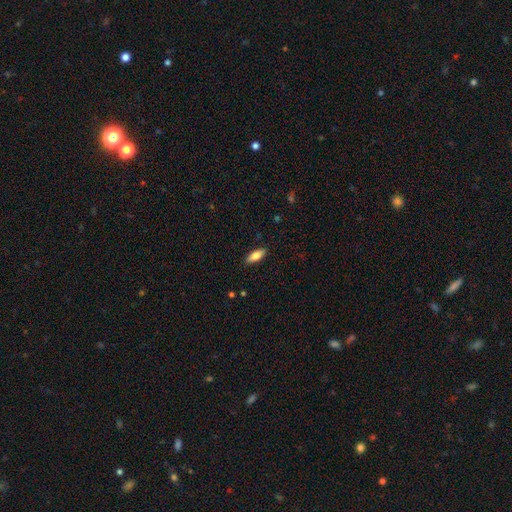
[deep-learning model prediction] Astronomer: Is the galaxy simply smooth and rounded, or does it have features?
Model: smooth — 79%.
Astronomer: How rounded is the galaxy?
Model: in between — 73%.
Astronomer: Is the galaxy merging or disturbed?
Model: none — 87%.